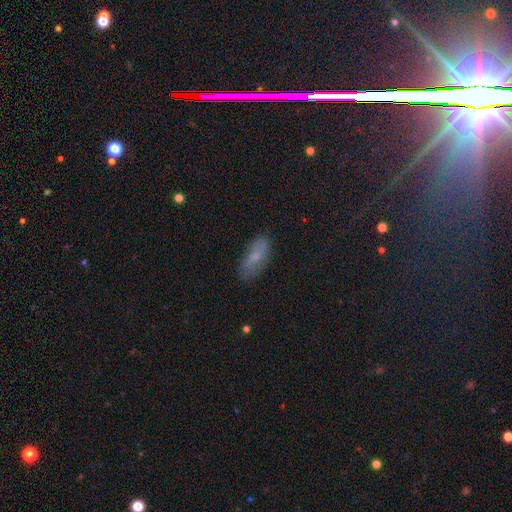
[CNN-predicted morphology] Smooth or featured: smooth — 64% (featured or disk — 26%)
How rounded: in between — 77% (cigar-shaped — 20%)
Merging: none — 74% (minor disturbance — 18%)